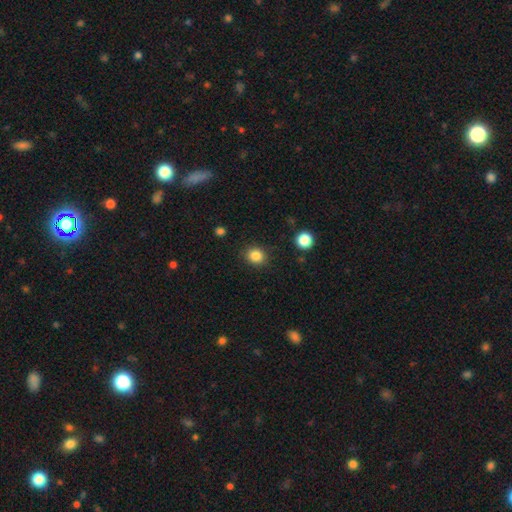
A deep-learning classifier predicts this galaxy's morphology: smooth_or_featured: smooth (p=0.85) [alt: star or artifact p=0.11]
how_rounded: round (p=0.76) [alt: in between p=0.23]
merging: none (p=0.88) [alt: minor disturbance p=0.08]